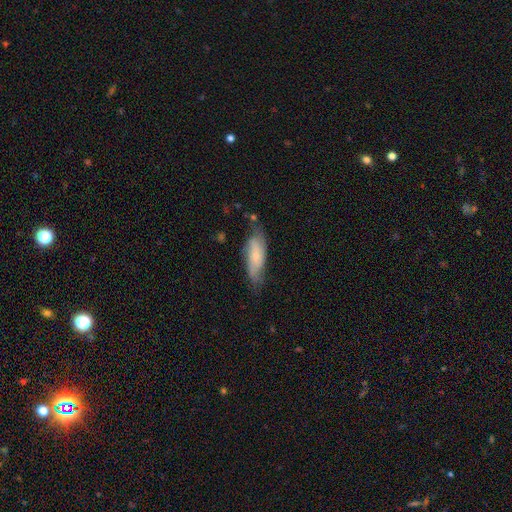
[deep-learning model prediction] A smooth galaxy with no disk features (53%) that is in between round and cigar-shaped (59%).

Vote fractions:
- Smooth or featured? smooth: 53% / featured or disk: 40% / star or artifact: 7%
- How rounded? in between: 59% / cigar-shaped: 39% / round: 2%
- Merging? none: 61% / minor disturbance: 28% / major disturbance: 8% / merger: 3%